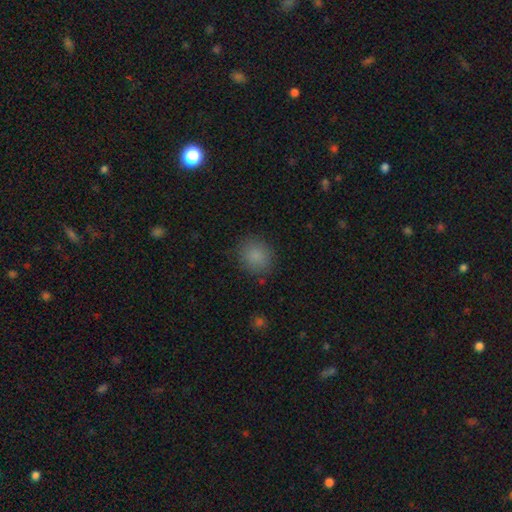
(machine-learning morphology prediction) type=smooth (85%); roundness=round (80%); merging=none (86%).